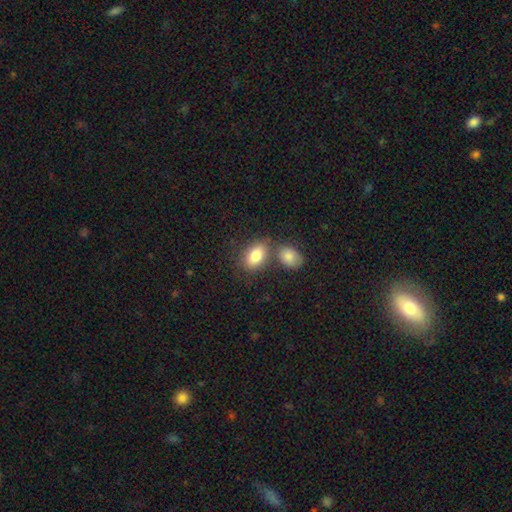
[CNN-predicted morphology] This is clearly a smooth galaxy (83%). How rounded: clearly in between (89%). Merging: possibly none (53%).